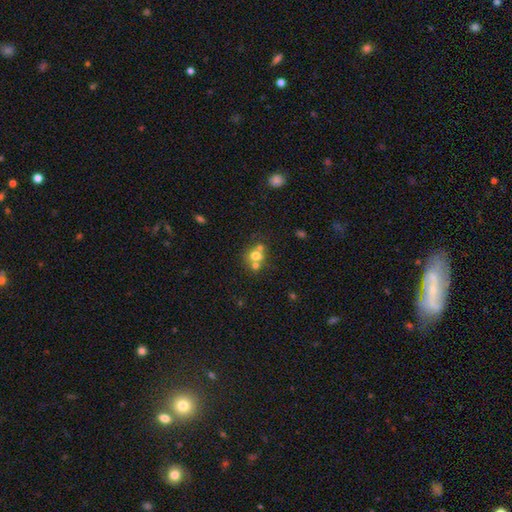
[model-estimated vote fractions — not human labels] This appears to be a smooth galaxy with no disk features (64%) that is round (77%). Merging: merger (49%).